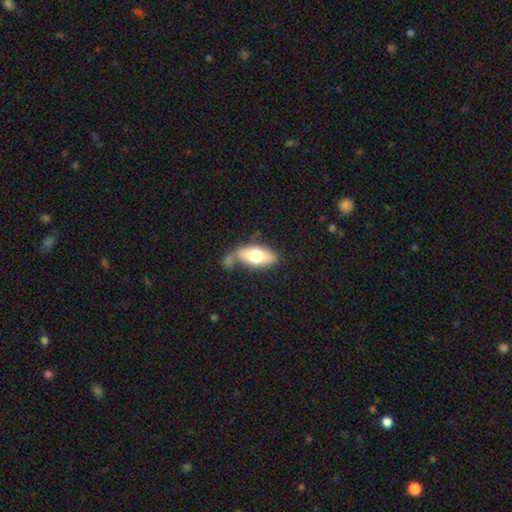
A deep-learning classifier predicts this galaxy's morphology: This appears to be a smooth galaxy with no disk features (70%) that is in between round and cigar-shaped (90%). Merging: none (47%).